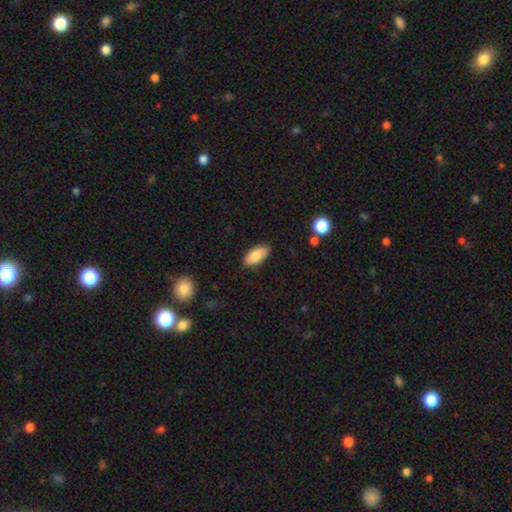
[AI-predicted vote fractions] smooth-or-featured: smooth: 85% | featured or disk: 8% | star or artifact: 6%
  how-rounded: in between: 90% | cigar-shaped: 8% | round: 2%
  merging: none: 86% | minor disturbance: 11% | major disturbance: 2% | merger: 1%